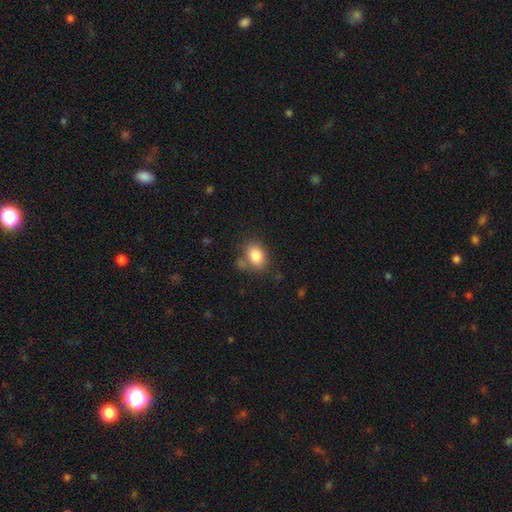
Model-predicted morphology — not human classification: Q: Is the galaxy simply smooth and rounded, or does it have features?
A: smooth — 83%.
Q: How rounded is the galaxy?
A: in between — 74%.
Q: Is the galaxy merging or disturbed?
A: none — 68%.